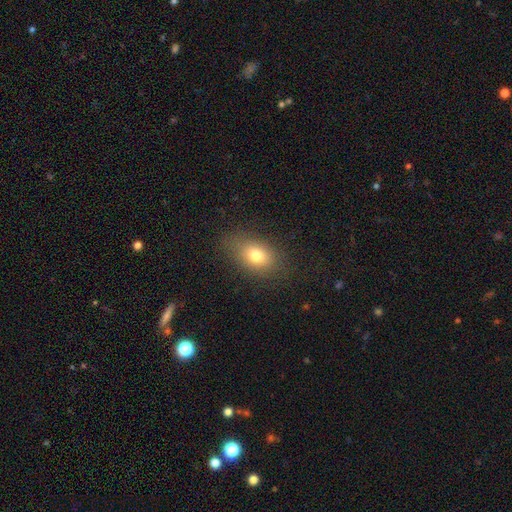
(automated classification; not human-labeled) A smooth galaxy with no disk features (76%) that is in between round and cigar-shaped (79%). Merging: none (79%).